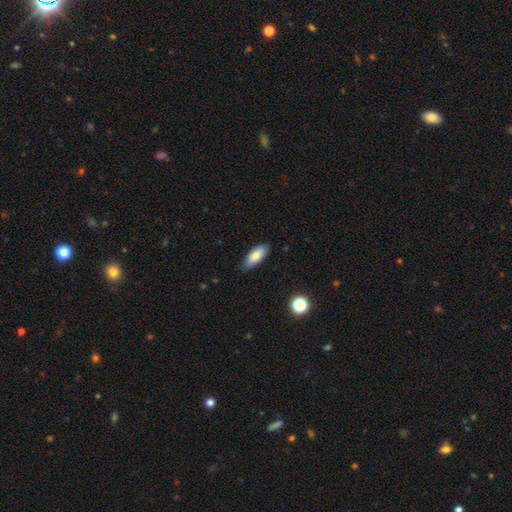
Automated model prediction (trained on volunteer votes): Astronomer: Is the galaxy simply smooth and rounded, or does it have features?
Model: smooth — 83%.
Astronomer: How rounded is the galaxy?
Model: in between — 81%.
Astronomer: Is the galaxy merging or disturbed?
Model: none — 83%.